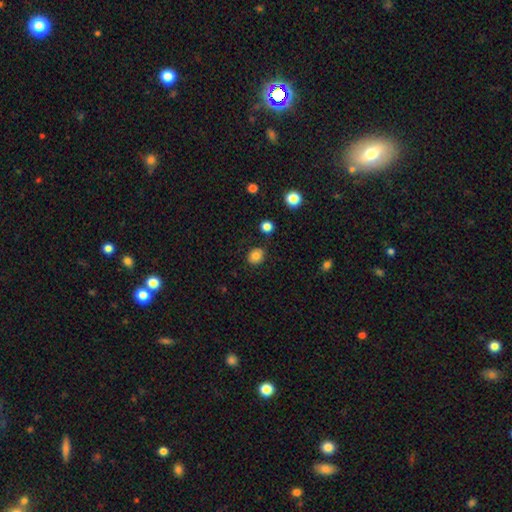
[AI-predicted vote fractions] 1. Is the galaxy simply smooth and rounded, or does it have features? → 81% smooth, 11% star or artifact, 8% featured or disk.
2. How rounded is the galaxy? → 75% round, 24% in between, 1% cigar-shaped.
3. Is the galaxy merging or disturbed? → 84% none, 12% minor disturbance, 3% major disturbance, 2% merger.